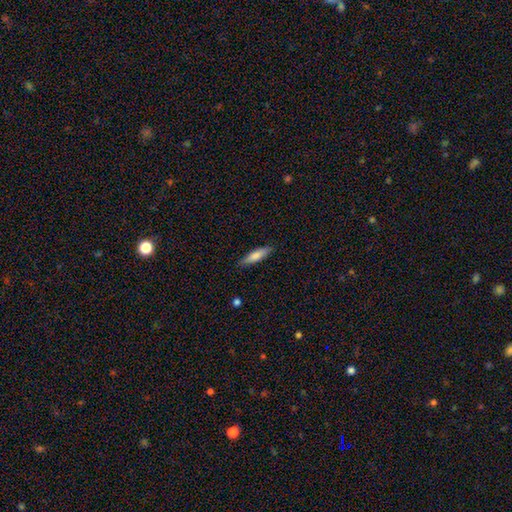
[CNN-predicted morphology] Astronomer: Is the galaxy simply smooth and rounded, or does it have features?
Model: smooth — 76%.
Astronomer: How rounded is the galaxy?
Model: cigar-shaped — 70%.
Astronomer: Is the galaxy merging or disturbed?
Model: none — 86%.